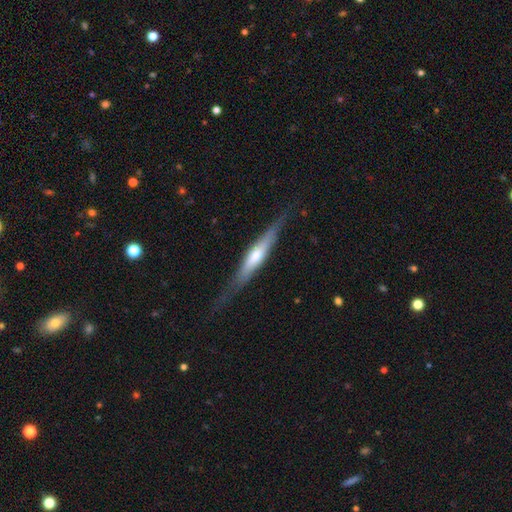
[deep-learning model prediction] smooth-or-featured: featured or disk: 60% | smooth: 35% | star or artifact: 5%
  disk-edge-on: yes: 92% | no: 8%
    edge-on-bulge: rounded: 71% | none: 15% | boxy: 13%
  merging: none: 76% | minor disturbance: 17% | major disturbance: 5% | merger: 1%